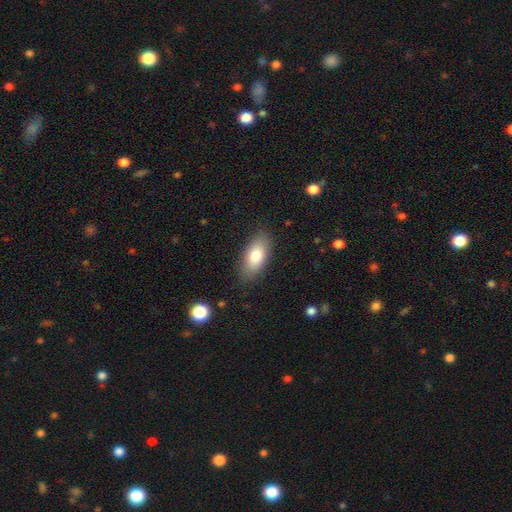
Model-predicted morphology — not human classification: Smooth or featured? smooth (79%)
How rounded? in between (88%)
Merging? none (85%)